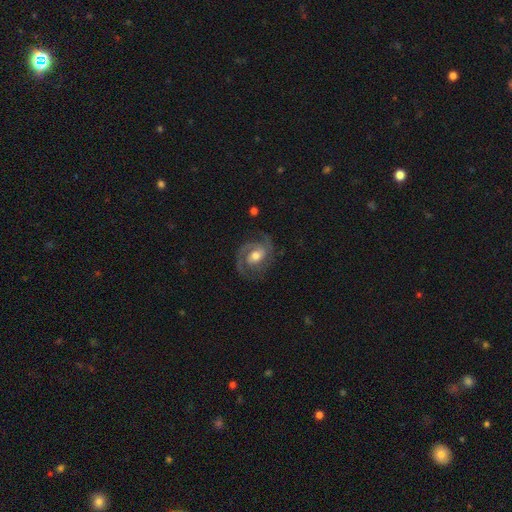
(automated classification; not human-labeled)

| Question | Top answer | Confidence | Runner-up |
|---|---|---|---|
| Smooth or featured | featured or disk | 85% | smooth (10%) |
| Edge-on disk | no | 97% | yes (3%) |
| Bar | no | 52% | weak (36%) |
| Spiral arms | yes | 96% | no (4%) |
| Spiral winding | medium | 46% | tight (42%) |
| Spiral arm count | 2 | 73% | 3 (9%) |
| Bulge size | moderate | 68% | small (16%) |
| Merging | none | 72% | minor disturbance (17%) |